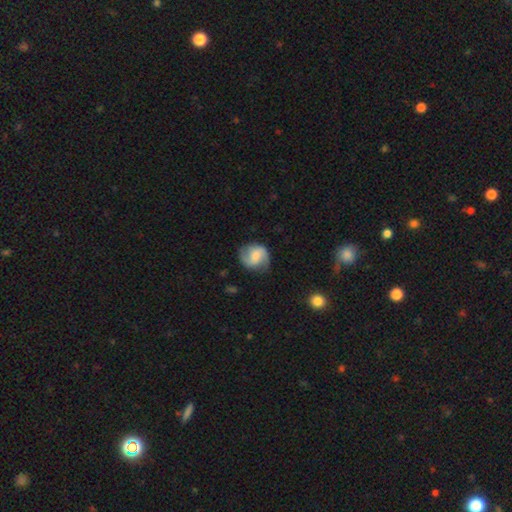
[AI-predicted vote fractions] Smooth or featured? featured or disk (64%)
Edge-on disk? no (98%)
Bar? weak (46%)
Spiral arms? yes (93%)
Spiral winding? medium (46%)
Spiral arm count? 2 (88%)
Bulge size? moderate (35%)
Merging? none (76%)